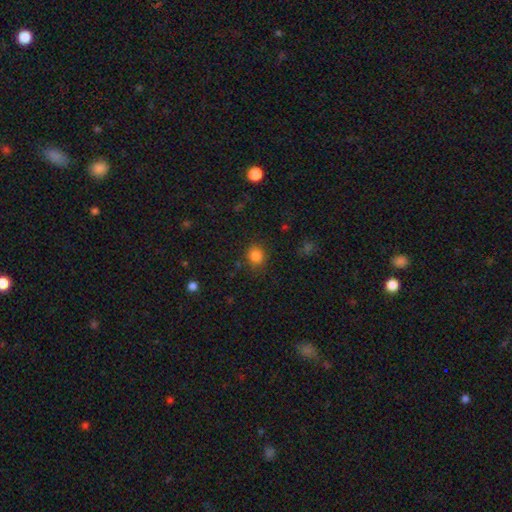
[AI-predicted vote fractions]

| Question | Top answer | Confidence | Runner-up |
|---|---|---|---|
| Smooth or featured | smooth | 84% | star or artifact (12%) |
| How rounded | round | 73% | in between (26%) |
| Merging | none | 84% | minor disturbance (11%) |